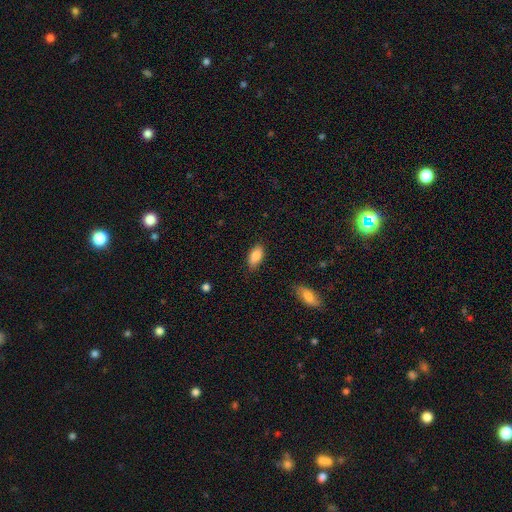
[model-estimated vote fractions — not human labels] Smooth or featured? smooth (84%)
How rounded? in between (91%)
Merging? none (82%)